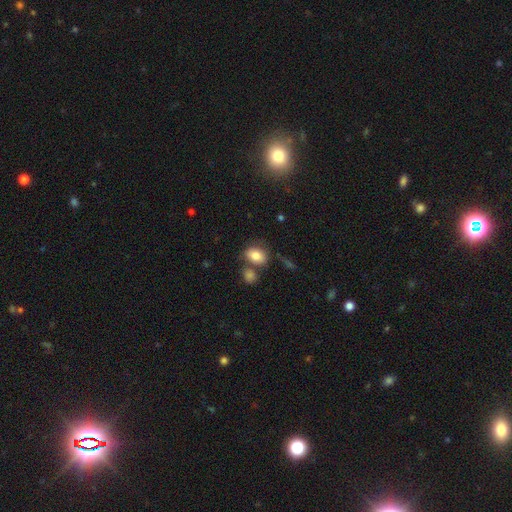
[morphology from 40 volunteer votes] Q: Smooth or featured?
A: smooth (72%); runner-up: featured or disk (15%)
Q: How rounded?
A: in between (83%); runner-up: round (17%)
Q: Merging?
A: none (51%); runner-up: merger (23%)